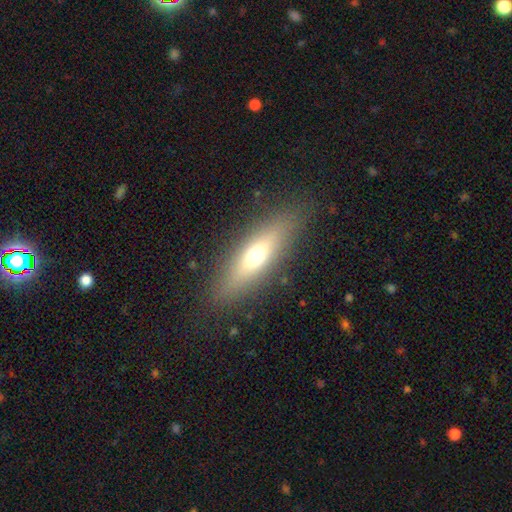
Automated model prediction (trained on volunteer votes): A smooth galaxy with no disk features (55%) that is cigar-shaped (58%). Merging: none (85%).